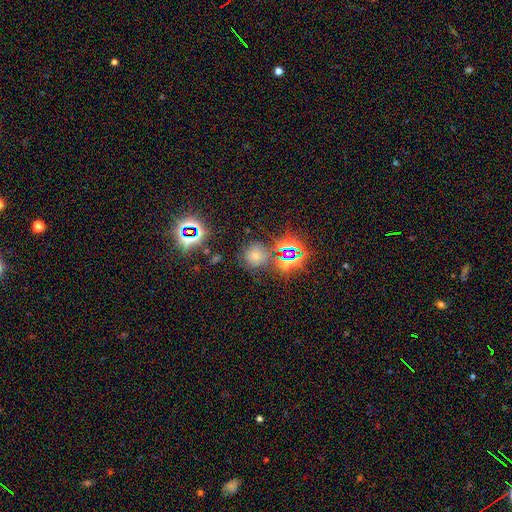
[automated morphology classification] This is possibly a smooth galaxy (48%). Merging: likely none (72%).